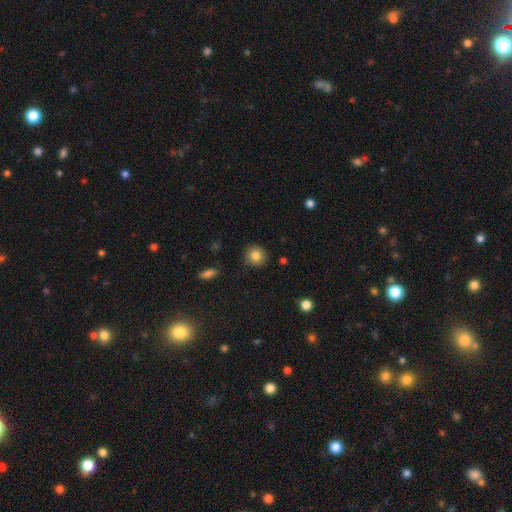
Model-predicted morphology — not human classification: smooth 84%, star or artifact 10%, featured or disk 7%. Down the decision tree: how rounded — round (89%); merging — none (89%).